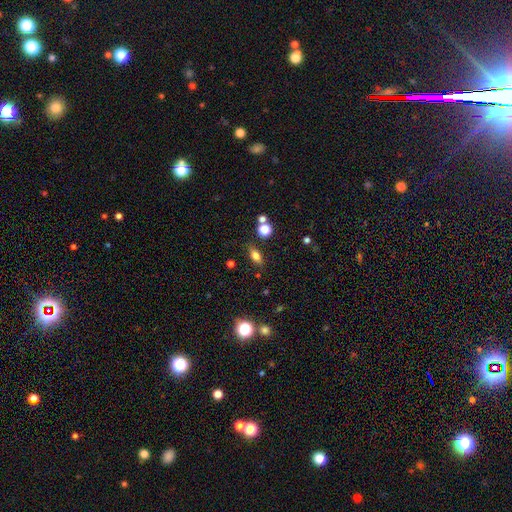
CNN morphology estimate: Smooth or featured? Predicted: smooth (p=0.75). How rounded? Predicted: in between (p=0.77). Merging? Predicted: none (p=0.80).